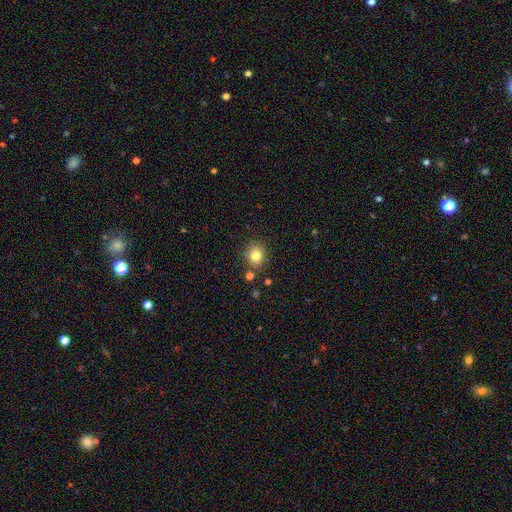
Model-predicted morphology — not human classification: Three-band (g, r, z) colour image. It shows a smooth galaxy with no disk features (81%) that is round (77%). Merging: none (83%).